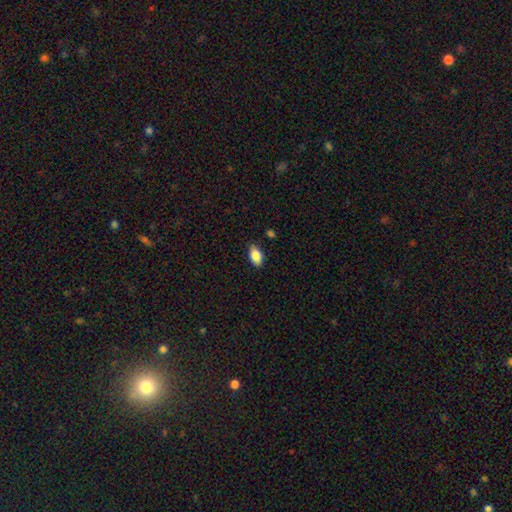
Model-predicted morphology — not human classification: A smooth galaxy with no disk features (87%) that is in between round and cigar-shaped (92%). Merging: none (84%).